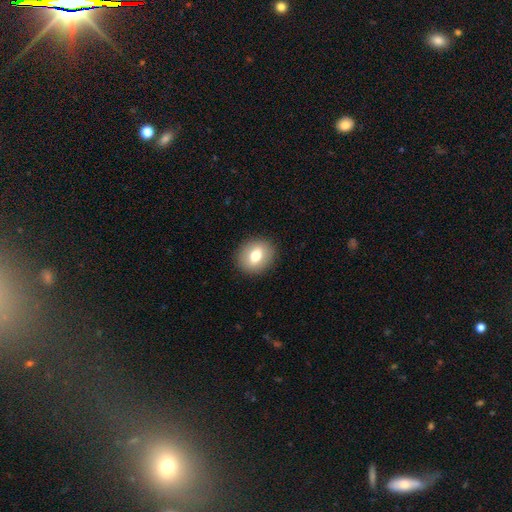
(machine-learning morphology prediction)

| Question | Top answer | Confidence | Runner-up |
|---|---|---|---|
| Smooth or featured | smooth | 73% | featured or disk (18%) |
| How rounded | round | 62% | in between (37%) |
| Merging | none | 90% | minor disturbance (7%) |